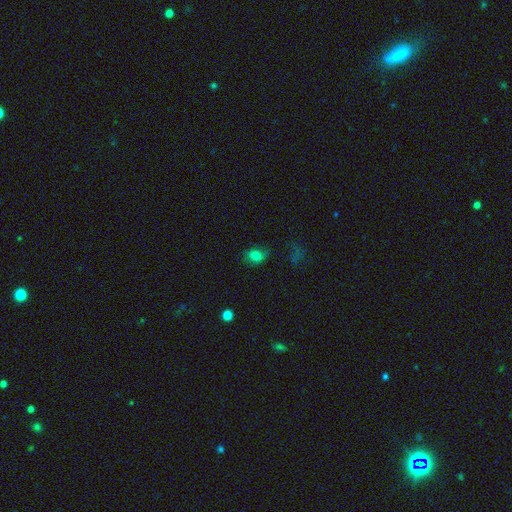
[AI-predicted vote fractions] Smooth or featured: smooth — 75% (star or artifact — 14%)
How rounded: in between — 66% (round — 32%)
Merging: none — 61% (minor disturbance — 25%)